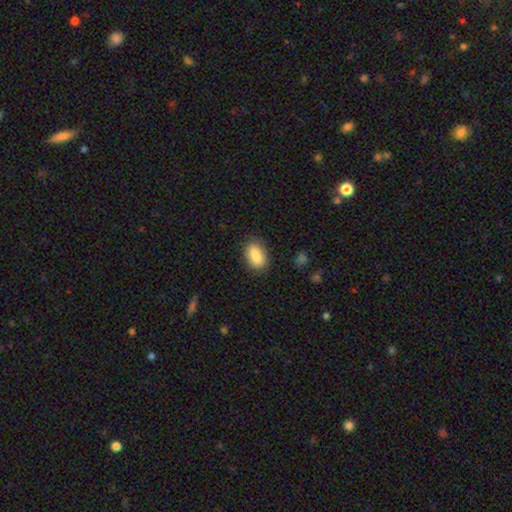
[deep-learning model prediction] A smooth galaxy with no disk features (87%) that is in between round and cigar-shaped (88%). Merging: none (84%).